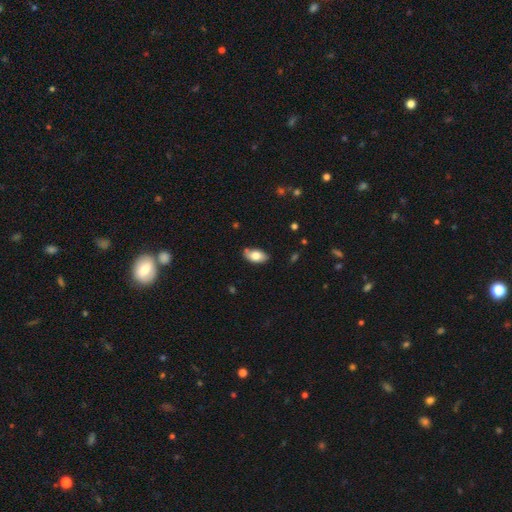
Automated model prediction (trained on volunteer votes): Smooth or featured? Predicted: smooth (p=0.78). How rounded? Predicted: in between (p=0.93). Merging? Predicted: none (p=0.79).